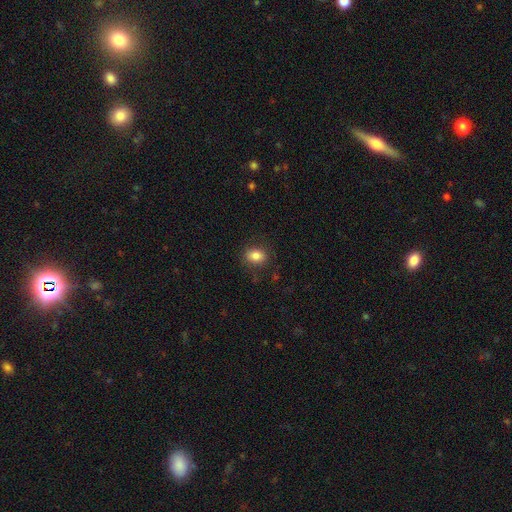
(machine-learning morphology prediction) Overall: smooth (83%). How rounded: in between (59%; round 40%). Merging: none (84%).